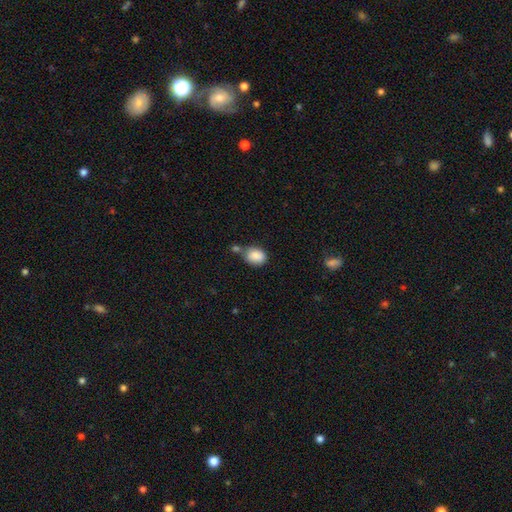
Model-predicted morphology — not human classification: Smooth or featured? Predicted: smooth (p=0.86). How rounded? Predicted: in between (p=0.65). Merging? Predicted: none (p=0.52).